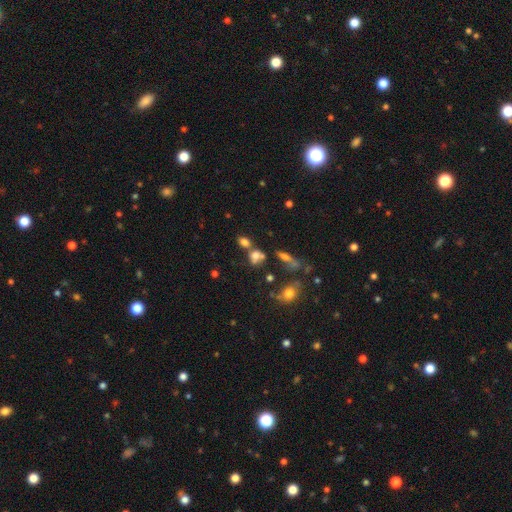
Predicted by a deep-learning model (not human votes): The model was most divided on "merging": merger: 44%, none: 37%, minor disturbance: 12%, major disturbance: 7%. More confident: smooth or featured — smooth (68%); how rounded — in between (57%).